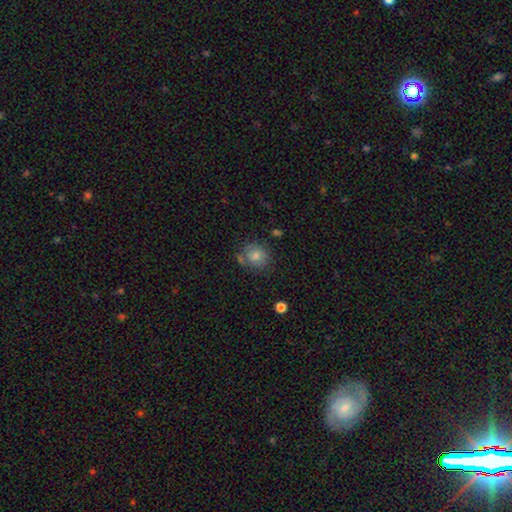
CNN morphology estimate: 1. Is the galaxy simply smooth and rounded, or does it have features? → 73% smooth, 15% featured or disk, 12% star or artifact.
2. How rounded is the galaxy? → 80% round, 19% in between, 1% cigar-shaped.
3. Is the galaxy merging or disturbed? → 70% none, 16% minor disturbance, 9% merger, 5% major disturbance.